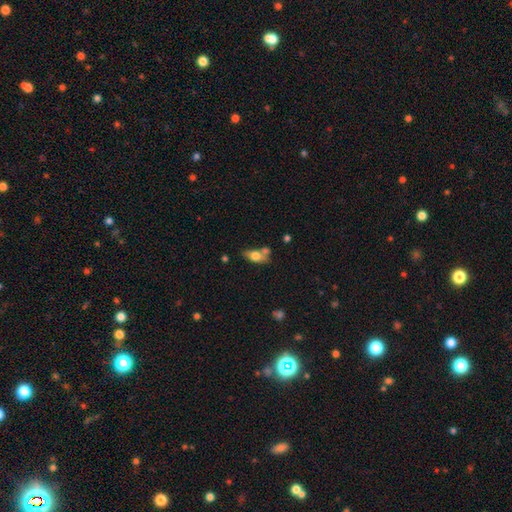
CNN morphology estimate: Smooth or featured?
  - smooth: 67% *
  - featured or disk: 25%
  - star or artifact: 8%
How rounded?
  - in between: 82% *
  - cigar-shaped: 11%
  - round: 7%
Merging?
  - none: 47% *
  - merger: 29%
  - minor disturbance: 17%
  - major disturbance: 6%